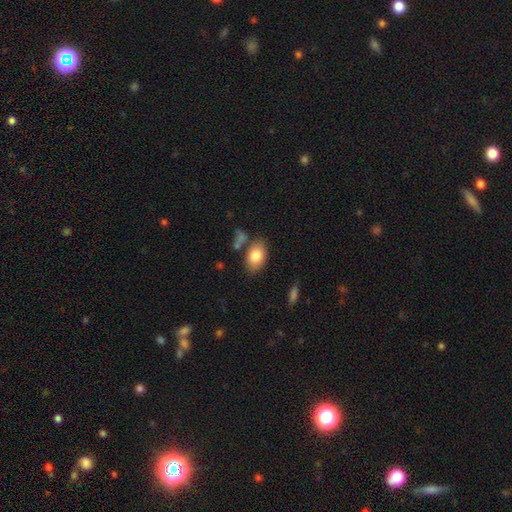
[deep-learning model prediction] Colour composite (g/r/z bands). It shows a smooth galaxy with no disk features (82%) that is in between round and cigar-shaped (89%). Merging: none (71%).